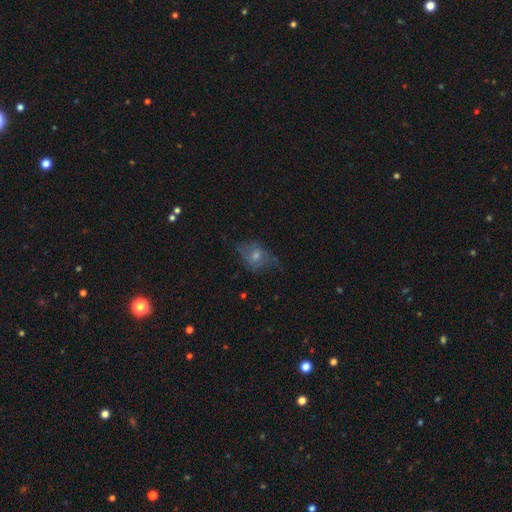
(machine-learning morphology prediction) smooth-or-featured: featured or disk: 46% | smooth: 38% | star or artifact: 16%
  merging: none: 54% | minor disturbance: 26% | major disturbance: 18% | merger: 2%